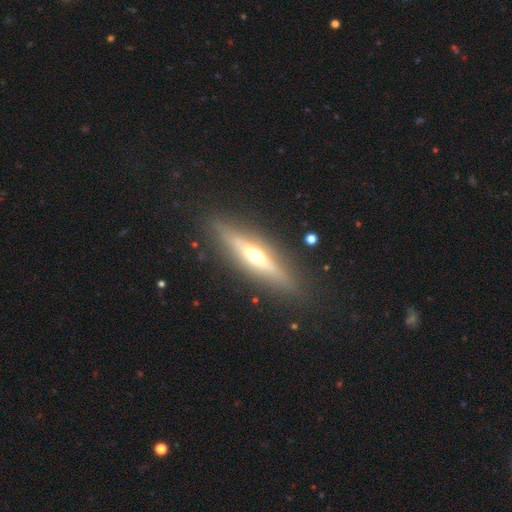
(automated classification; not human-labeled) Smooth or featured? Predicted: featured or disk (p=0.67). Edge-on disk? Predicted: yes (p=0.90). Edge-on bulge? Predicted: rounded (p=0.90). Merging? Predicted: none (p=0.86).